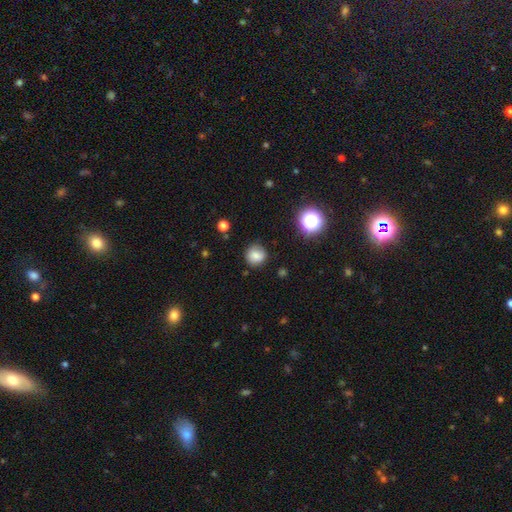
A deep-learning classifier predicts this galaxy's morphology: A smooth galaxy with no disk features (79%) that is round (87%).

Vote fractions:
- Smooth or featured? smooth: 79% / star or artifact: 13% / featured or disk: 9%
- How rounded? round: 87% / in between: 12% / cigar-shaped: 1%
- Merging? none: 79% / minor disturbance: 16% / major disturbance: 4% / merger: 2%